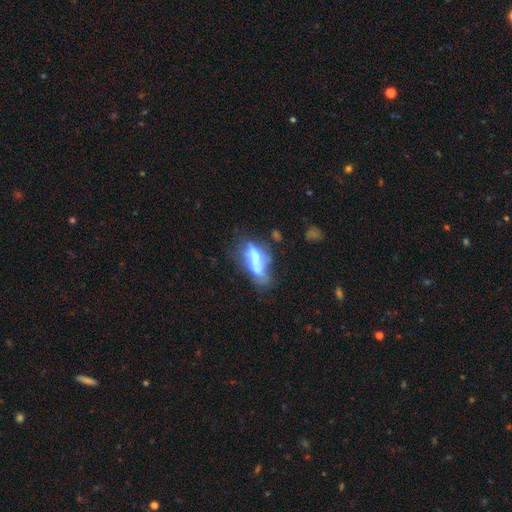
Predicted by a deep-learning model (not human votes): Smooth or featured: featured or disk — 50% (smooth — 40%)
Edge-on disk: no — 76% (yes — 24%)
Merging: none — 30% (major disturbance — 26%)